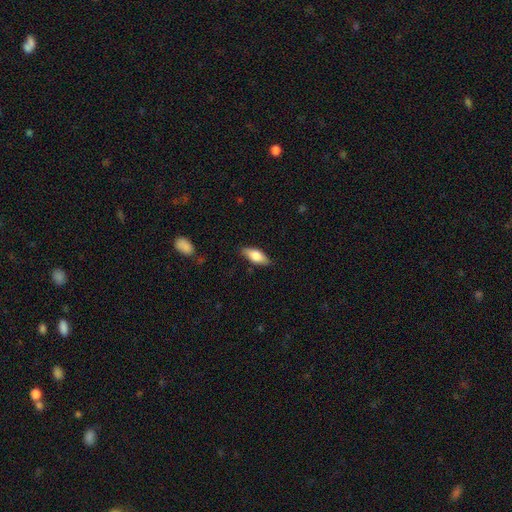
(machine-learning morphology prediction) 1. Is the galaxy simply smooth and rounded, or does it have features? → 69% smooth, 25% featured or disk, 6% star or artifact.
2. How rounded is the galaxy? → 74% in between, 23% cigar-shaped, 3% round.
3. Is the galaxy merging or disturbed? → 83% none, 13% minor disturbance, 3% major disturbance, 1% merger.